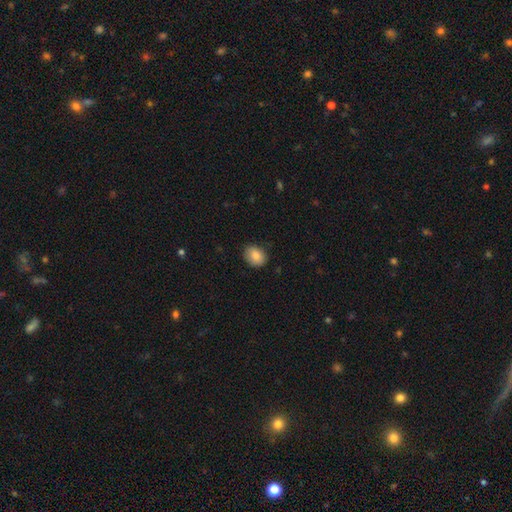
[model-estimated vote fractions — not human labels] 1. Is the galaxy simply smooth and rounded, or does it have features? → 86% smooth, 8% star or artifact, 6% featured or disk.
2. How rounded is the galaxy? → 50% in between, 49% round, 1% cigar-shaped.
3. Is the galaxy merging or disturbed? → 84% none, 12% minor disturbance, 2% major disturbance, 1% merger.